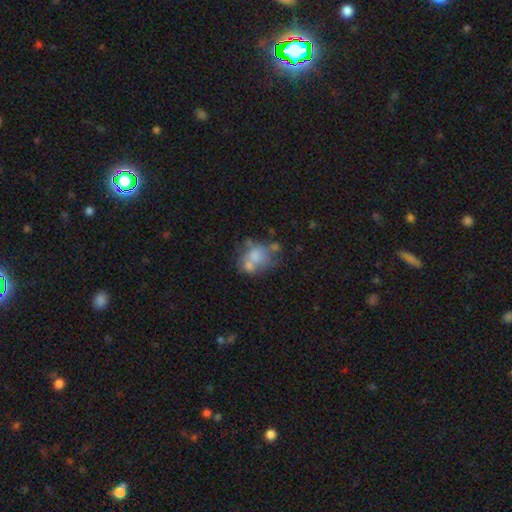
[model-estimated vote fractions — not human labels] A smooth galaxy with no disk features (51%) that is in between round and cigar-shaped (51%). Merging: merger (35%).